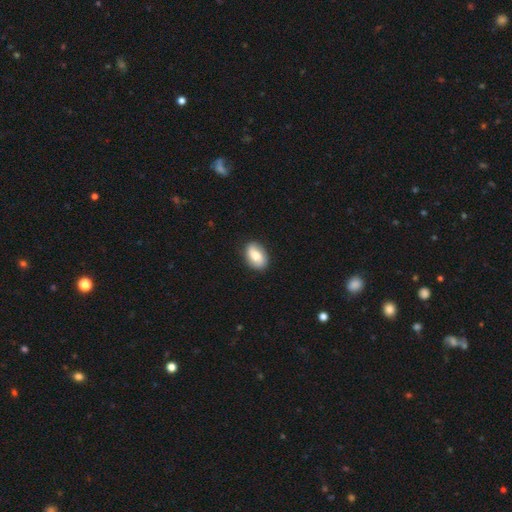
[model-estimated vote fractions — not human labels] Smooth or featured: smooth — 74% (featured or disk — 20%)
How rounded: in between — 87% (round — 11%)
Merging: none — 85% (minor disturbance — 11%)